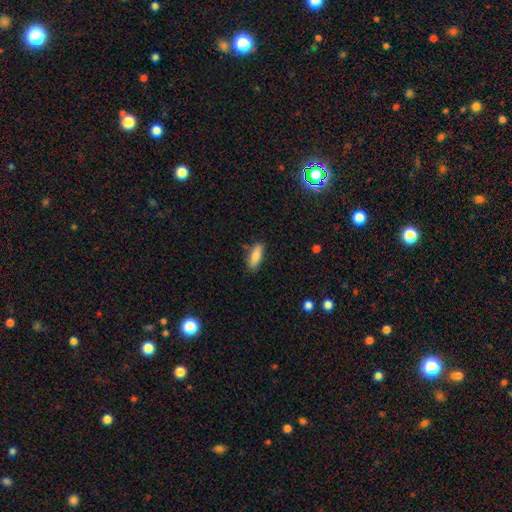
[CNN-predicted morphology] This appears to be a smooth galaxy with no disk features (79%) that is in between round and cigar-shaped (70%). Merging: none (81%).